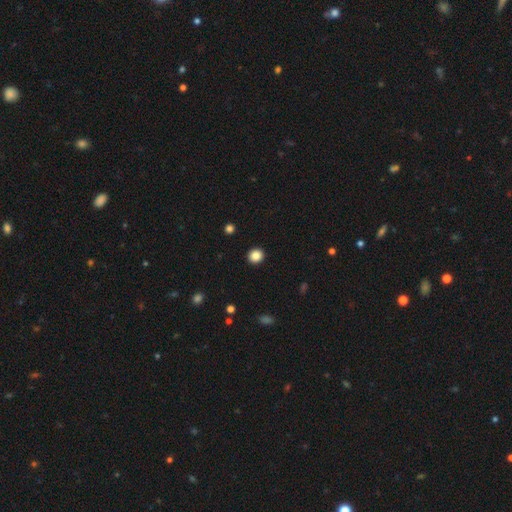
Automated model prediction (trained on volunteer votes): Smooth or featured? Predicted: smooth (p=0.86). How rounded? Predicted: round (p=0.89). Merging? Predicted: none (p=0.93).